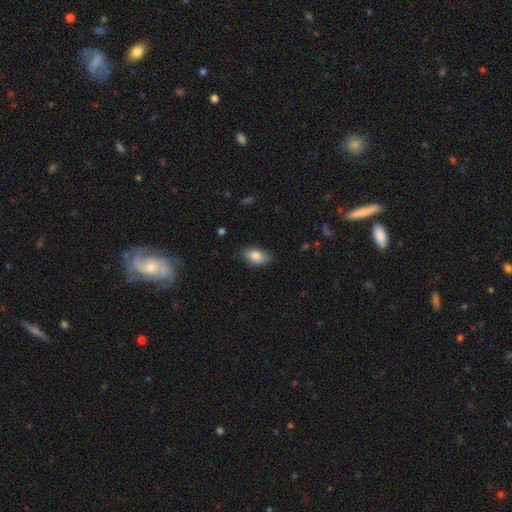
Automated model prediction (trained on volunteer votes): smooth-or-featured: smooth: 82% | featured or disk: 11% | star or artifact: 7%
  how-rounded: in between: 91% | round: 5% | cigar-shaped: 4%
  merging: none: 84% | minor disturbance: 12% | major disturbance: 2% | merger: 1%